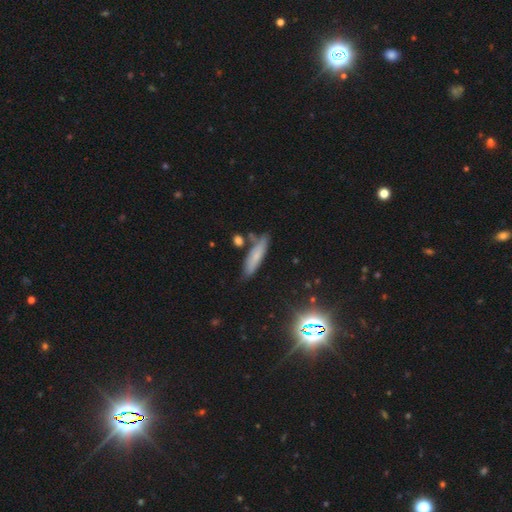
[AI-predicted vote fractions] A smooth galaxy with no disk features (66%) that is cigar-shaped (70%). Merging: none (73%).